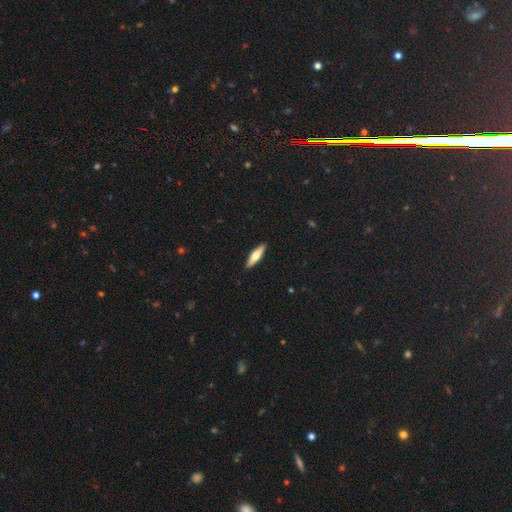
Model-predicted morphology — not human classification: Smooth or featured?
  - smooth: 54% *
  - featured or disk: 41%
  - star or artifact: 5%
How rounded?
  - cigar-shaped: 70% *
  - in between: 28%
  - round: 2%
Merging?
  - none: 90% *
  - minor disturbance: 7%
  - major disturbance: 1%
  - merger: 1%